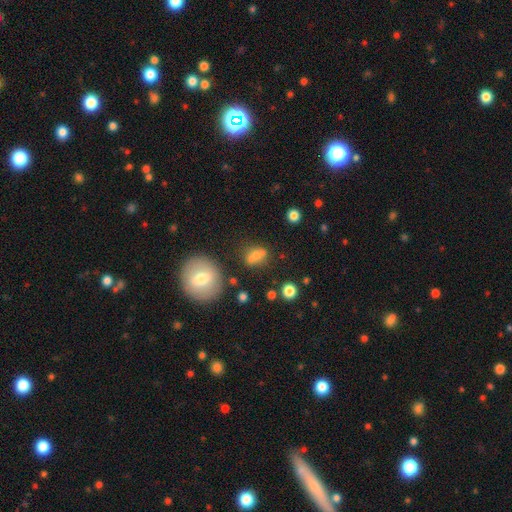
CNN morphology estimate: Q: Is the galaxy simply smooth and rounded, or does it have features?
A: smooth — 68%.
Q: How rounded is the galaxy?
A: in between — 56%.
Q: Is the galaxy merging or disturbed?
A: none — 52%.